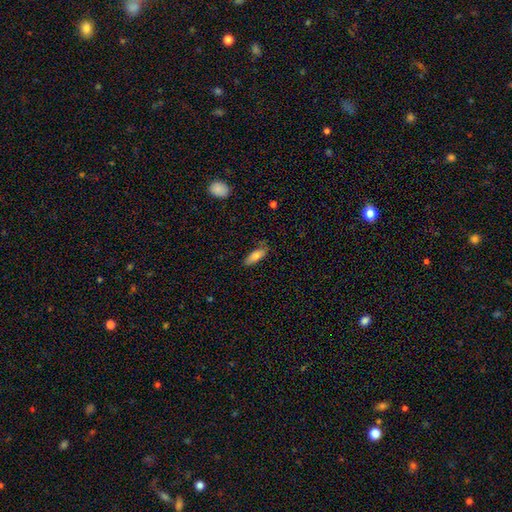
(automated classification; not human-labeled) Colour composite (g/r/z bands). It shows a smooth galaxy with no disk features (78%) that is in between round and cigar-shaped (73%). Merging: none (73%).